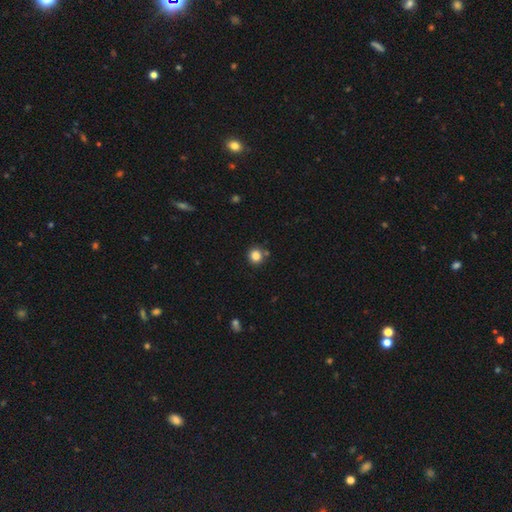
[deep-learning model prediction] The model was most divided on "merging": none: 80%, minor disturbance: 10%, merger: 7%, major disturbance: 3%. More confident: how rounded — round (89%); smooth or featured — smooth (85%).